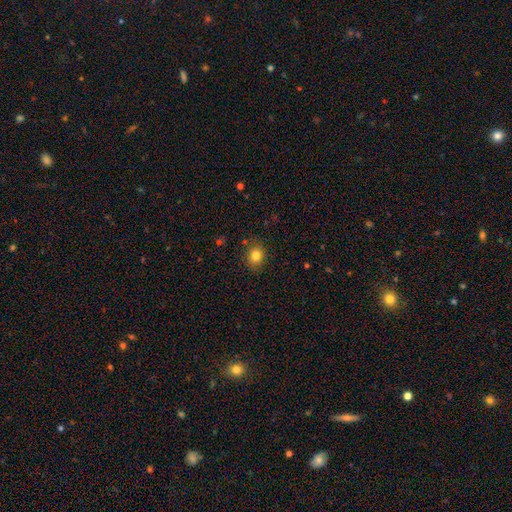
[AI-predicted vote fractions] Smooth or featured: smooth — 81% (star or artifact — 12%)
How rounded: round — 61% (in between — 38%)
Merging: none — 84% (minor disturbance — 11%)